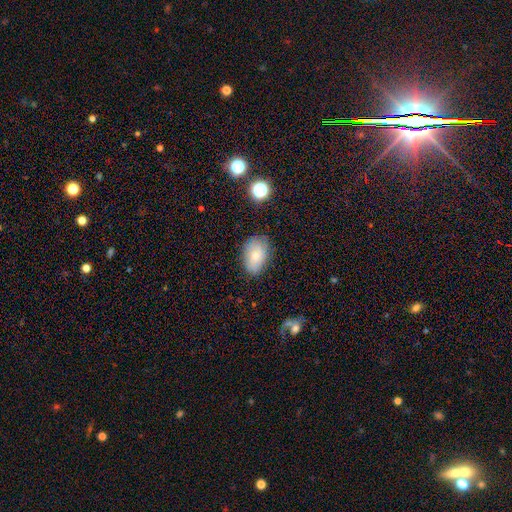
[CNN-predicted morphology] smooth_or_featured: smooth (p=0.73) [alt: featured or disk p=0.18]
how_rounded: in between (p=0.87) [alt: round p=0.11]
merging: none (p=0.77) [alt: minor disturbance p=0.18]